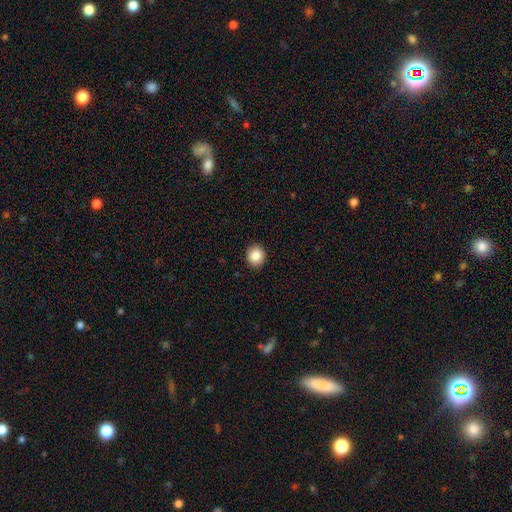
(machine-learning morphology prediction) This is clearly a smooth galaxy (86%). How rounded: clearly round (83%). Merging: clearly none (91%).